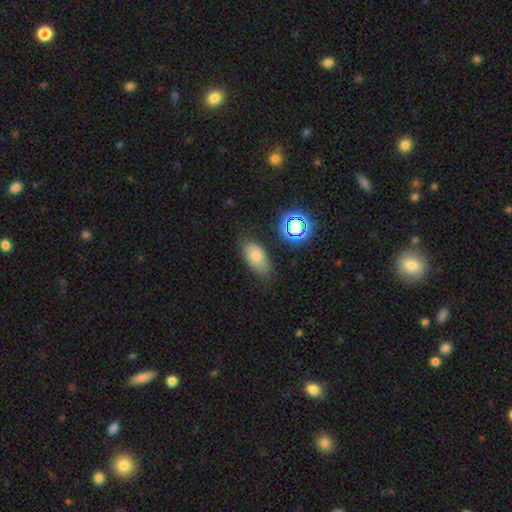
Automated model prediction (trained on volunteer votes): smooth_or_featured: smooth (p=0.68) [alt: featured or disk p=0.16]
how_rounded: in between (p=0.86) [alt: round p=0.09]
merging: none (p=0.75) [alt: minor disturbance p=0.18]